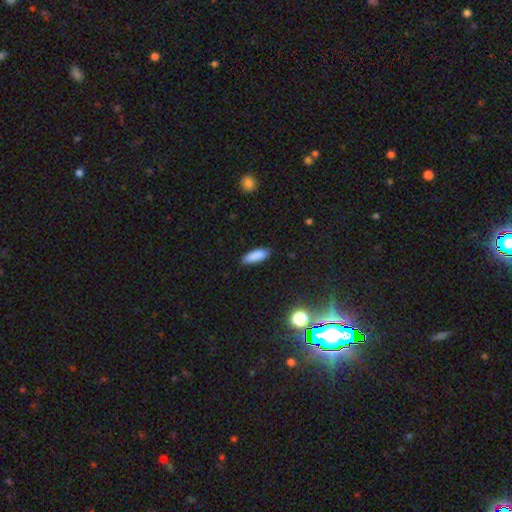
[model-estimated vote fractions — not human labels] This is clearly a smooth galaxy (88%). How rounded: likely in between (65%). Merging: clearly none (85%).